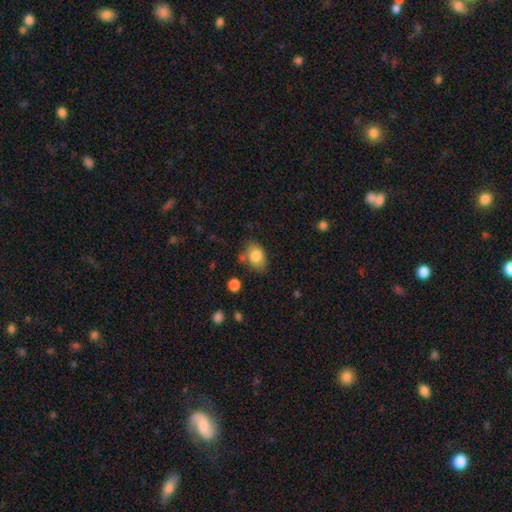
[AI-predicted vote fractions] Overall: smooth (82%). How rounded: in between (80%). Merging: none (64%).